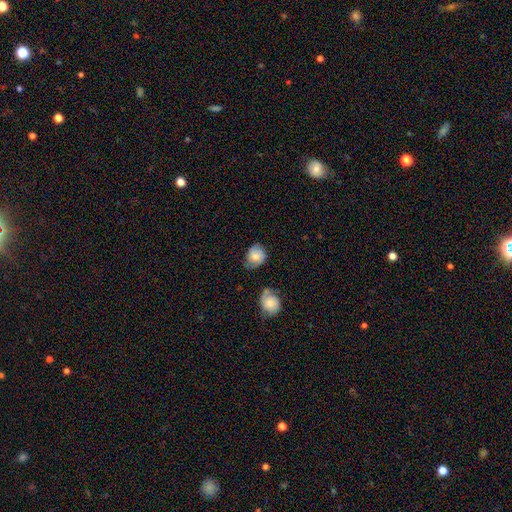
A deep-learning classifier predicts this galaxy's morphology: smooth-or-featured: smooth: 51% | featured or disk: 42% | star or artifact: 8%
  how-rounded: round: 61% | in between: 38% | cigar-shaped: 1%
  merging: none: 52% | minor disturbance: 27% | major disturbance: 13% | merger: 7%